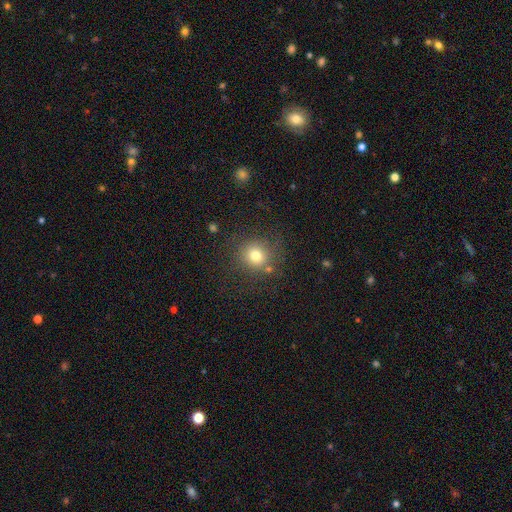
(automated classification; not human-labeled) This appears to be a smooth galaxy with no disk features (77%) that is round (88%). Merging: none (78%).